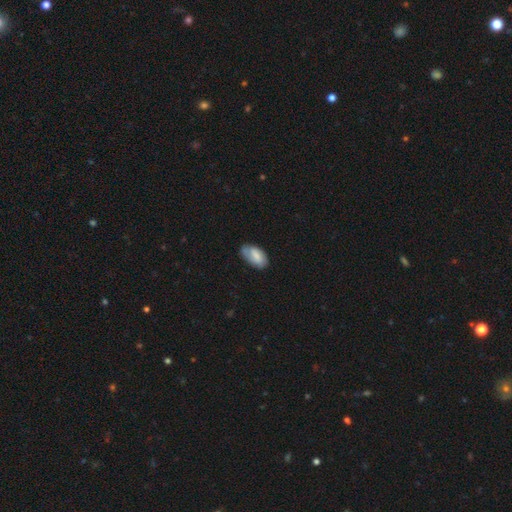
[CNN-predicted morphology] This is likely a smooth galaxy (70%). How rounded: clearly in between (94%). Merging: possibly none (57%).